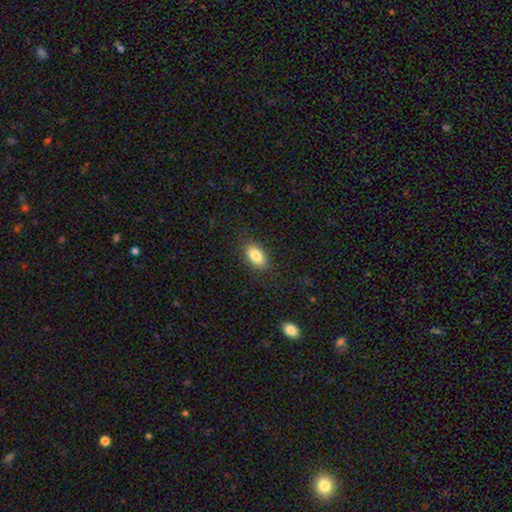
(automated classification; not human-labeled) Overall: smooth (84%). How rounded: in between (91%). Merging: none (86%).